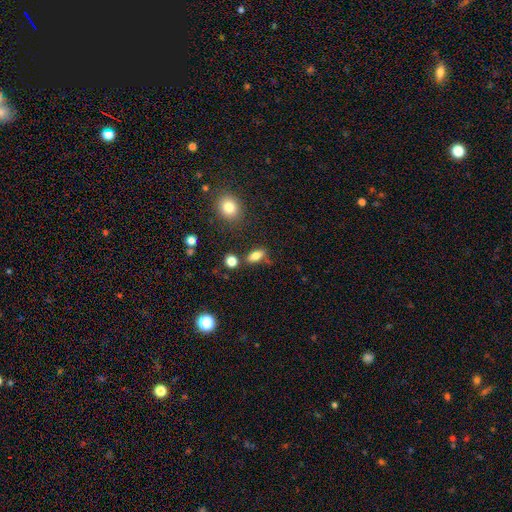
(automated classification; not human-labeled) Morphology: type=smooth (77%); roundness=in between (78%); merging=none (73%).